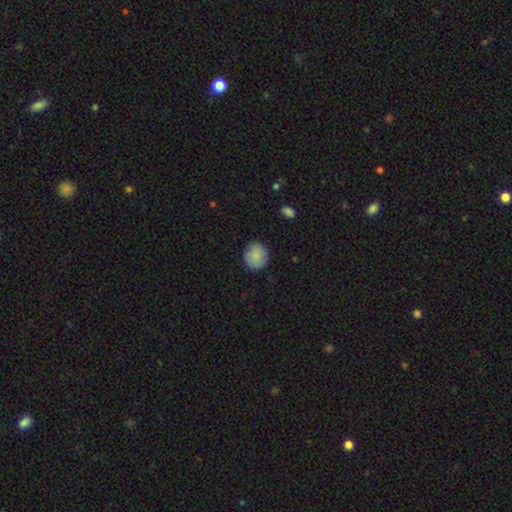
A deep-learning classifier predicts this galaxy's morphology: A smooth galaxy with no disk features (83%) that is round (83%). Merging: none (85%).